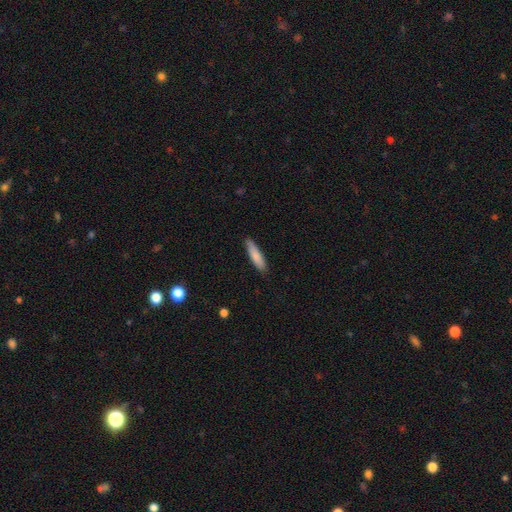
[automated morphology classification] A smooth galaxy with no disk features (83%) that is cigar-shaped (76%). Merging: none (85%).